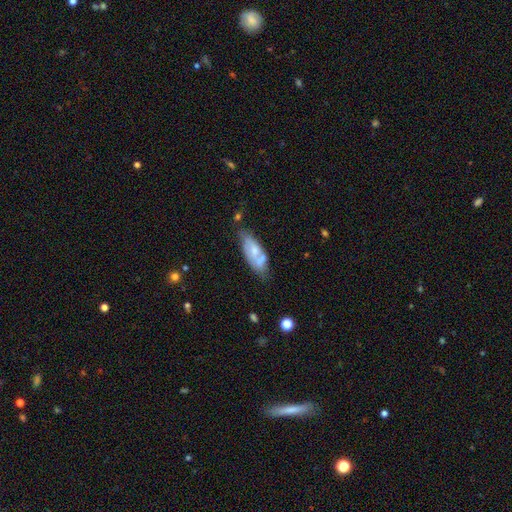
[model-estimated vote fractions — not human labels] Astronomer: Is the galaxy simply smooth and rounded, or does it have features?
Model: smooth — 49% (runner-up: featured or disk, 44%).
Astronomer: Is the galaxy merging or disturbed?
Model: none — 51%.